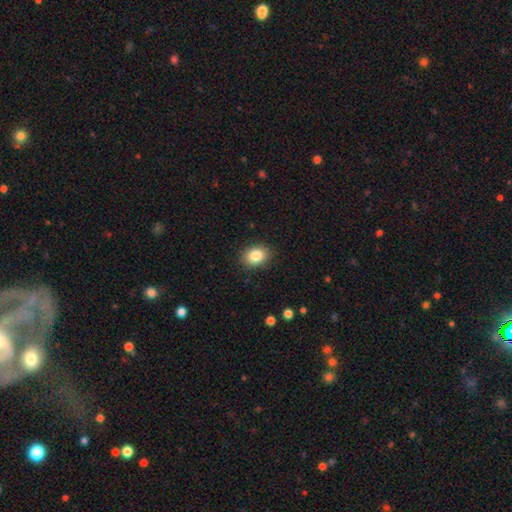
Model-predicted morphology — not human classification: smooth 85%, star or artifact 9%, featured or disk 6%. Down the decision tree: how rounded — in between (61%); merging — none (88%).